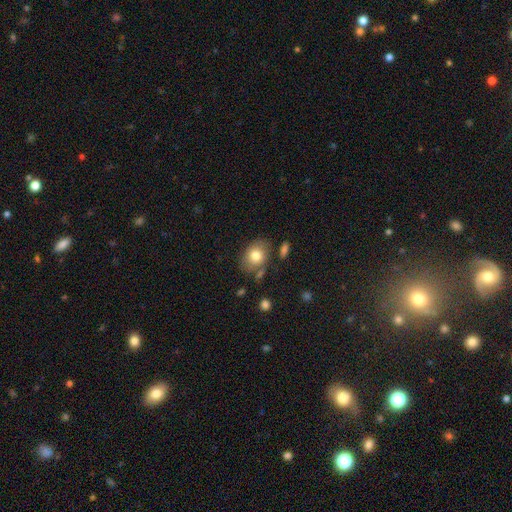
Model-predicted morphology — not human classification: Q: Smooth or featured?
A: smooth (77%); runner-up: featured or disk (14%)
Q: How rounded?
A: in between (64%); runner-up: round (35%)
Q: Merging?
A: none (72%); runner-up: minor disturbance (17%)